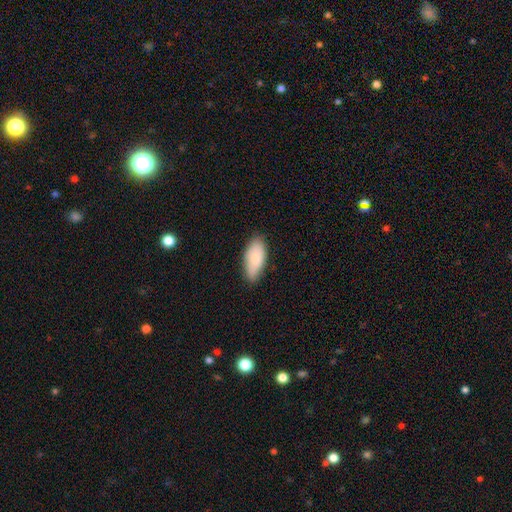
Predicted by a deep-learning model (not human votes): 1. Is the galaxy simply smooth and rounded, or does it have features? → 78% smooth, 16% featured or disk, 6% star or artifact.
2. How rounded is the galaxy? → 90% in between, 8% cigar-shaped, 2% round.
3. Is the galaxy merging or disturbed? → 80% none, 17% minor disturbance, 3% major disturbance, 1% merger.